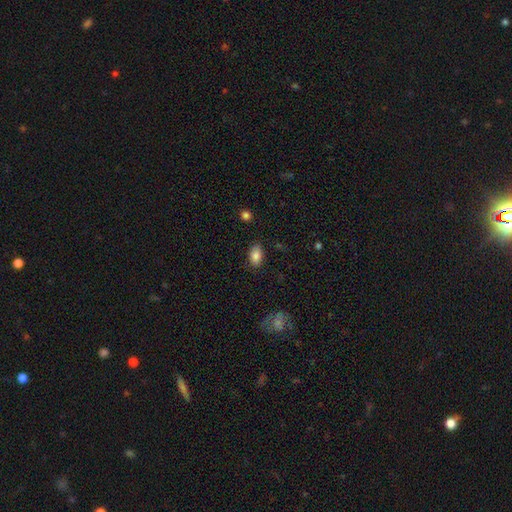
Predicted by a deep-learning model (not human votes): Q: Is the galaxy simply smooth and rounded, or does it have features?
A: smooth — 86%.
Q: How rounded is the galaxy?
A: in between — 89%.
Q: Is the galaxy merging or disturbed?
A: none — 82%.